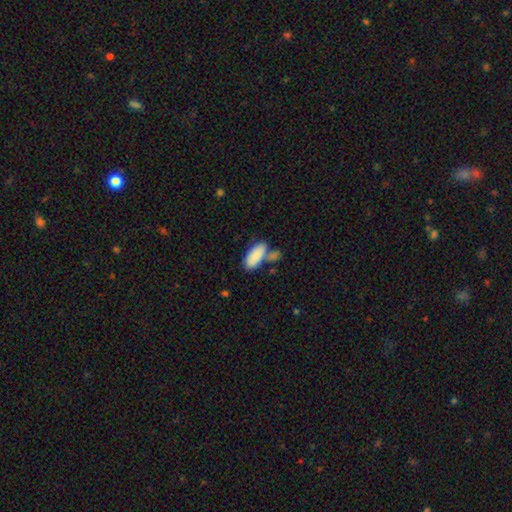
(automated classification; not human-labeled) Smooth or featured? smooth (87%)
How rounded? in between (86%)
Merging? none (48%)